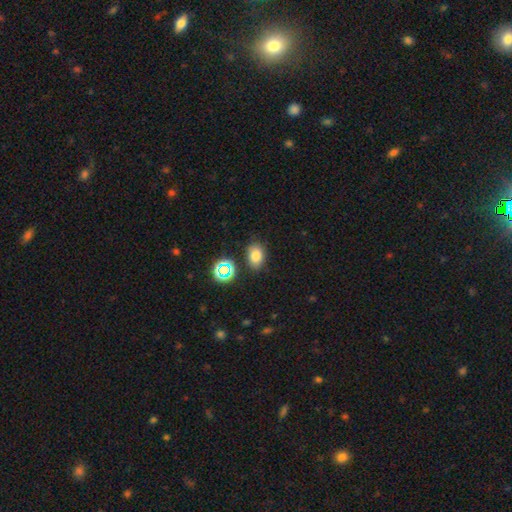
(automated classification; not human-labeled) This is likely a smooth galaxy (76%). How rounded: likely in between (73%). Merging: likely none (80%).